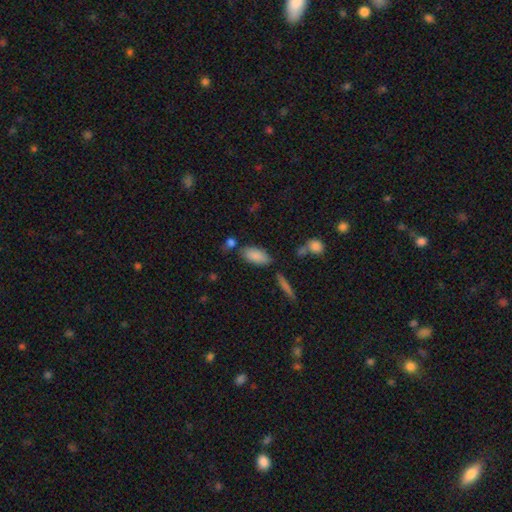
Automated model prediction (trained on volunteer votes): Smooth or featured?
  - smooth: 85% *
  - featured or disk: 7%
  - star or artifact: 7%
How rounded?
  - in between: 89% *
  - cigar-shaped: 9%
  - round: 3%
Merging?
  - none: 70% *
  - minor disturbance: 16%
  - merger: 9%
  - major disturbance: 4%